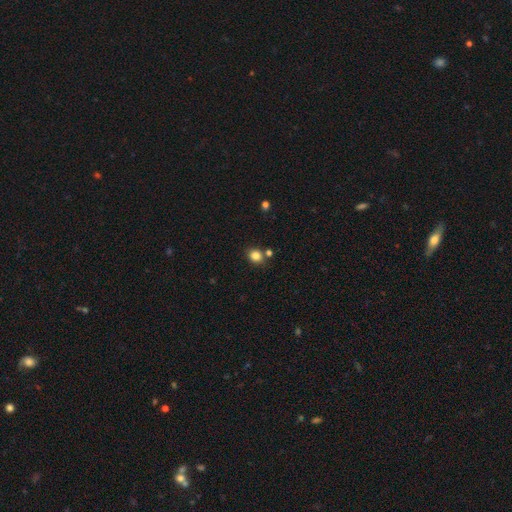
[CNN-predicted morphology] A smooth galaxy with no disk features (83%) that is round (68%).

Vote fractions:
- Smooth or featured? smooth: 83% / star or artifact: 12% / featured or disk: 5%
- How rounded? round: 68% / in between: 31% / cigar-shaped: 1%
- Merging? none: 75% / merger: 11% / minor disturbance: 11% / major disturbance: 3%